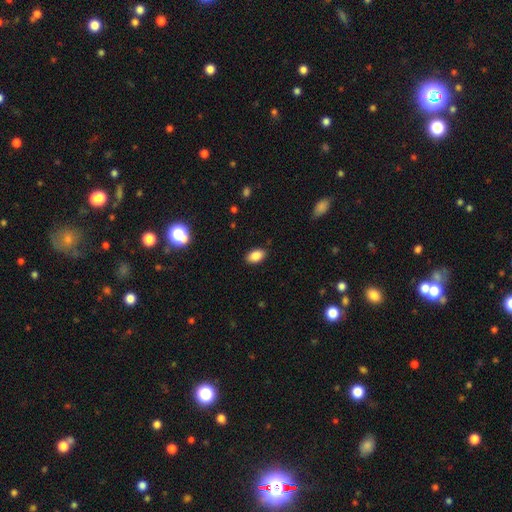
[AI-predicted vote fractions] Overall: smooth (87%). How rounded: in between (91%). Merging: none (88%).